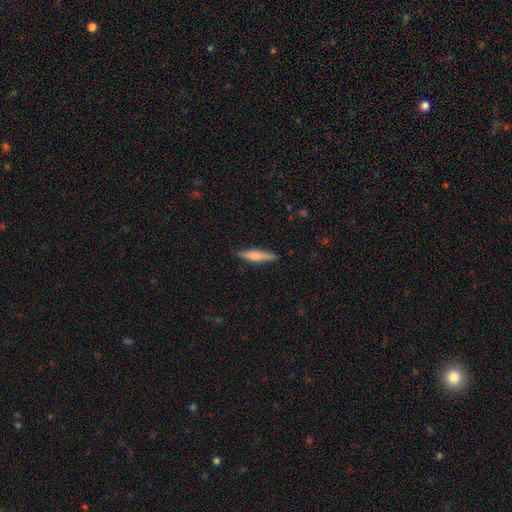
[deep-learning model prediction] Overall: smooth (64%; featured or disk 30%). How rounded: cigar-shaped (85%). Merging: none (85%).